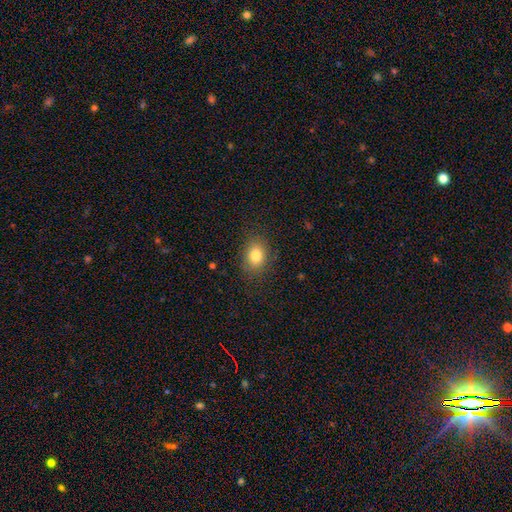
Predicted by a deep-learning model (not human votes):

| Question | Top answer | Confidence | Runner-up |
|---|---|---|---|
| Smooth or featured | smooth | 82% | star or artifact (10%) |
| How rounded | in between | 65% | round (34%) |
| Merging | none | 84% | minor disturbance (11%) |